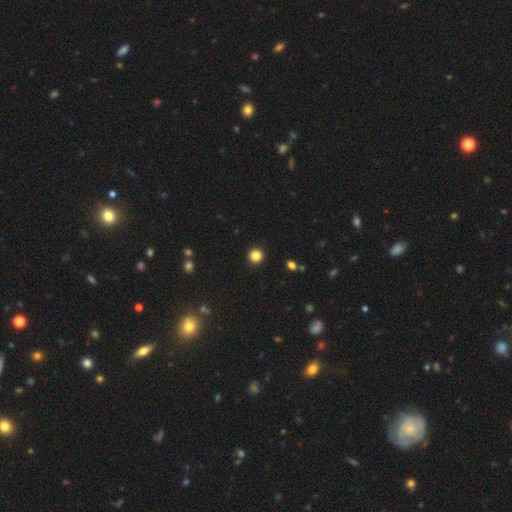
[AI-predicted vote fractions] Smooth or featured?
  - smooth: 84% *
  - star or artifact: 12%
  - featured or disk: 4%
How rounded?
  - round: 96% *
  - in between: 3%
  - cigar-shaped: 1%
Merging?
  - none: 93% *
  - minor disturbance: 4%
  - major disturbance: 2%
  - merger: 1%